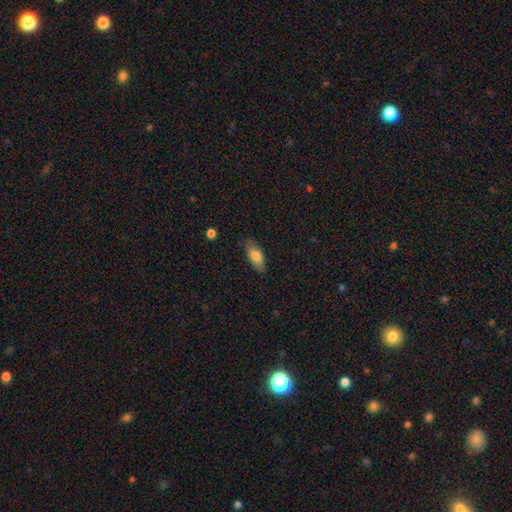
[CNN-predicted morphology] Smooth or featured? smooth (79%)
How rounded? in between (78%)
Merging? none (79%)